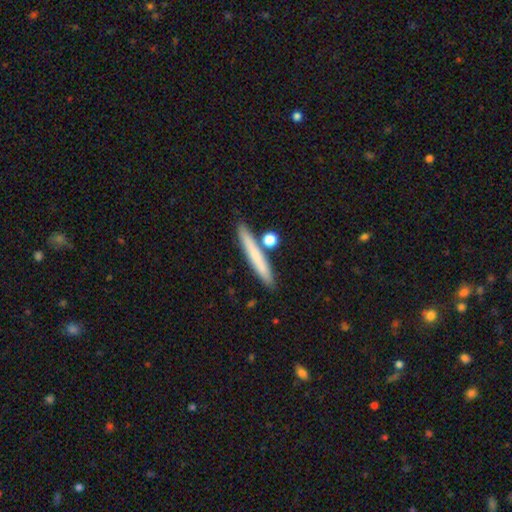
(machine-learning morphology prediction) smooth_or_featured: smooth (p=0.71) [alt: featured or disk p=0.23]
how_rounded: cigar-shaped (p=0.94) [alt: in between p=0.04]
merging: none (p=0.82) [alt: minor disturbance p=0.08]